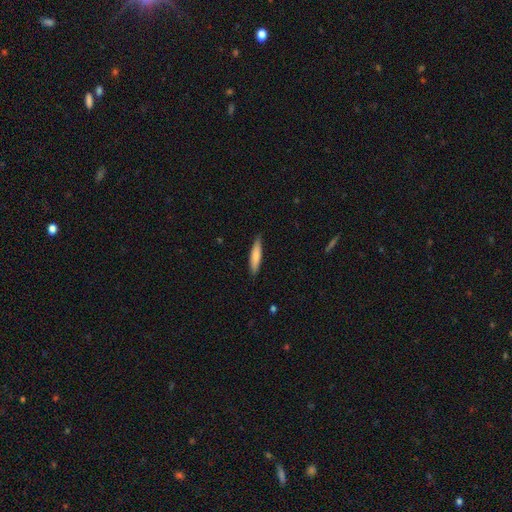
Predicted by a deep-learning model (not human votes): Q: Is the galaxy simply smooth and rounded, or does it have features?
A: smooth — 75%.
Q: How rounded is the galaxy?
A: cigar-shaped — 84%.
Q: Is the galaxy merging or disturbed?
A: none — 88%.